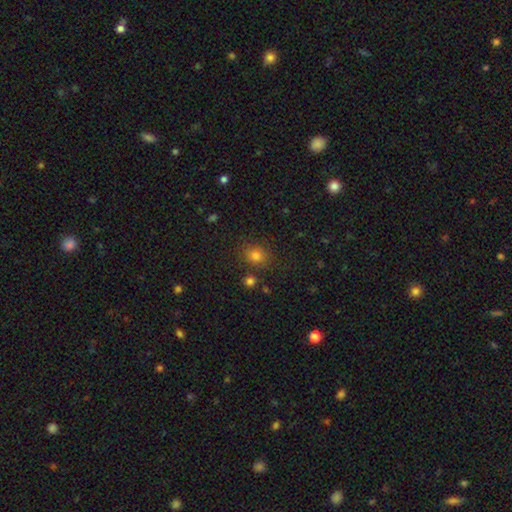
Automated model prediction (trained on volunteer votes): A smooth galaxy with no disk features (78%) that is round (71%). Merging: none (81%).